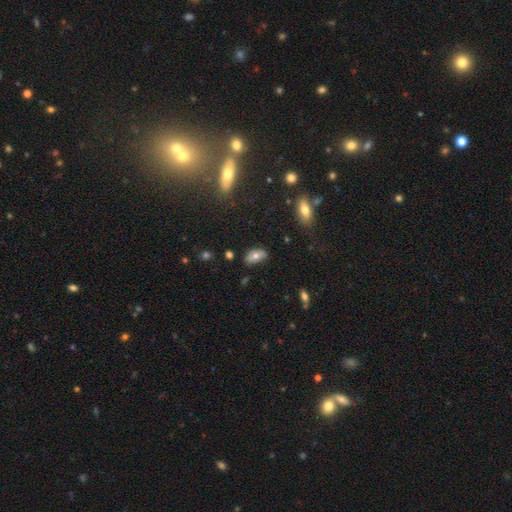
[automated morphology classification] A smooth galaxy with no disk features (64%) that is in between round and cigar-shaped (90%). Merging: none (74%).